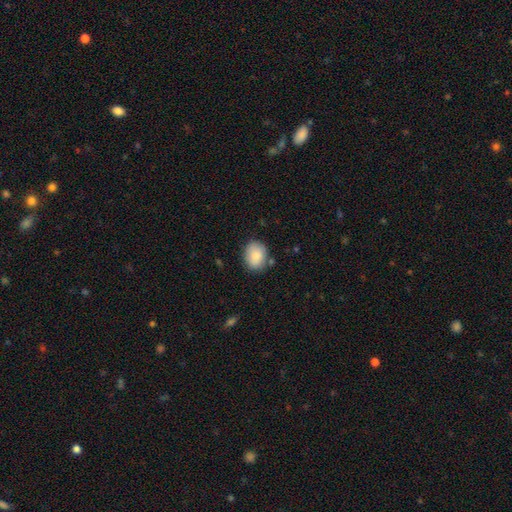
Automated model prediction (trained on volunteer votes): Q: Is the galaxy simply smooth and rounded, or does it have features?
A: smooth — 86%.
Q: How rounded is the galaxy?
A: in between — 60%.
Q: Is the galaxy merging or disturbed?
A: none — 77%.